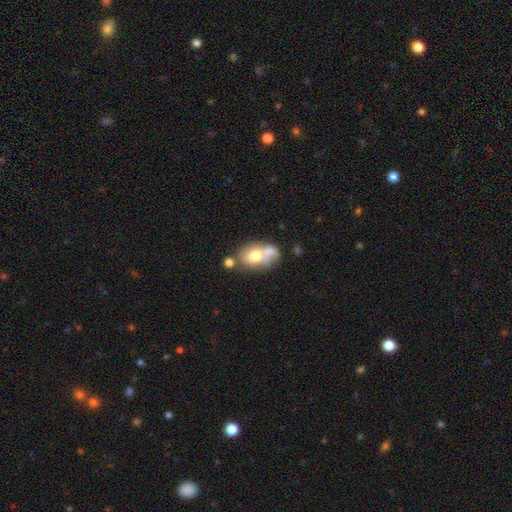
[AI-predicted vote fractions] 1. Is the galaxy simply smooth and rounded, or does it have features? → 60% smooth, 30% featured or disk, 9% star or artifact.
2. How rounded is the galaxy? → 79% in between, 19% round, 2% cigar-shaped.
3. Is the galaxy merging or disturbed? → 47% merger, 26% none, 15% minor disturbance, 12% major disturbance.